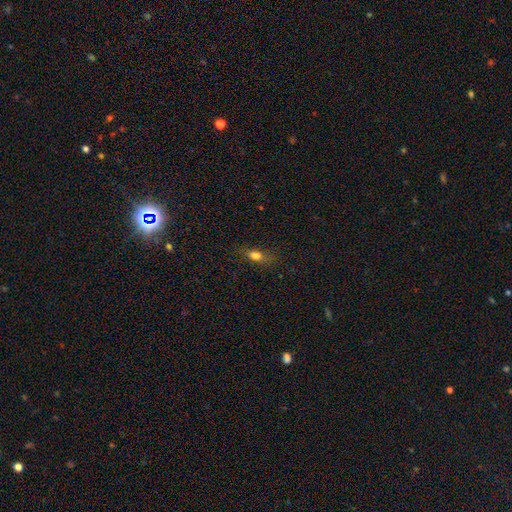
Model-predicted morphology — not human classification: This is likely a smooth galaxy (71%). How rounded: likely in between (66%). Merging: likely none (65%).